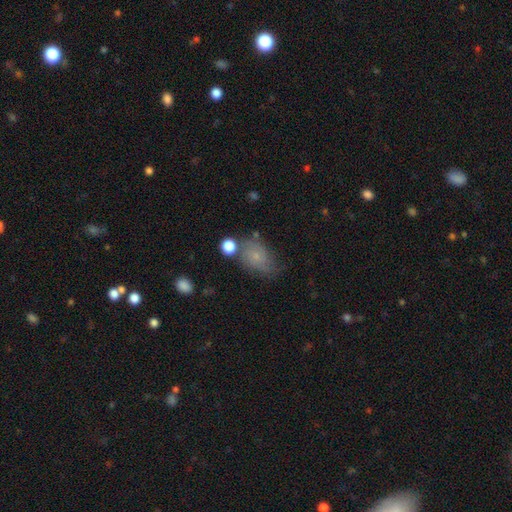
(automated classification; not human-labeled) Morphology: type=smooth (61%); roundness=in between (70%); merging=none (53%).